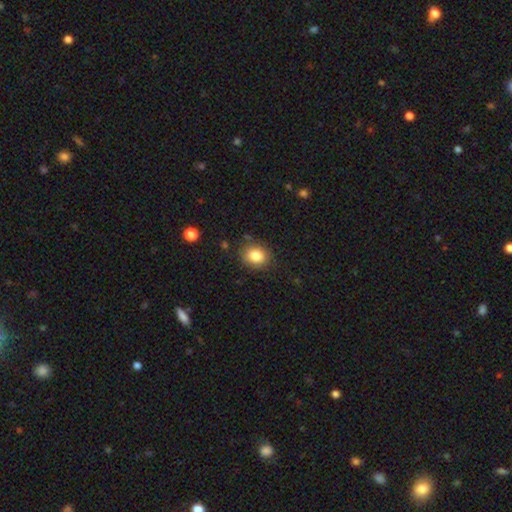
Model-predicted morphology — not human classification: This is clearly a smooth galaxy (83%). How rounded: likely round (63%). Merging: clearly none (85%).